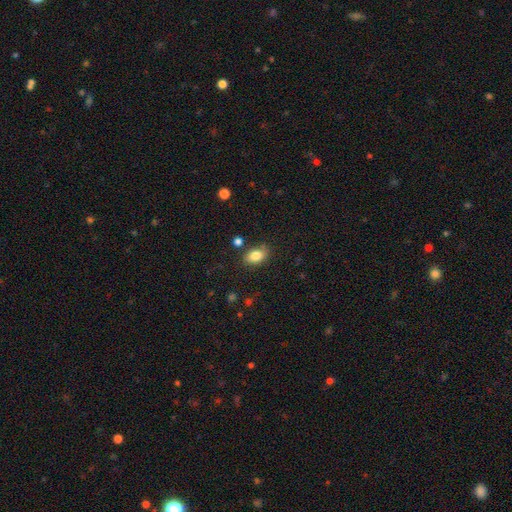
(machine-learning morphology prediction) smooth_or_featured: smooth (p=0.85) [alt: star or artifact p=0.08]
how_rounded: in between (p=0.86) [alt: round p=0.12]
merging: none (p=0.79) [alt: minor disturbance p=0.14]